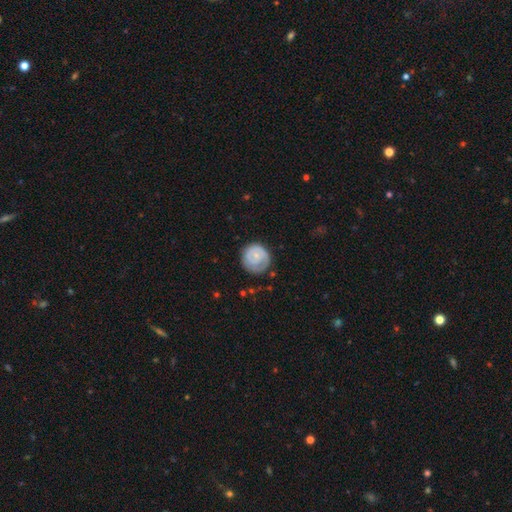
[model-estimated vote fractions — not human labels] Smooth or featured?
  - featured or disk: 48% *
  - smooth: 46%
  - star or artifact: 6%
Merging?
  - none: 65% *
  - minor disturbance: 24%
  - major disturbance: 10%
  - merger: 2%